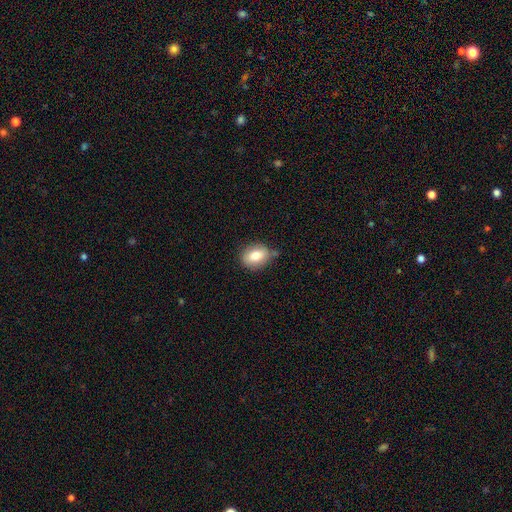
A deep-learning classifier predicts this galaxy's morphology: Smooth or featured?
  - smooth: 79% *
  - featured or disk: 13%
  - star or artifact: 8%
How rounded?
  - in between: 63% *
  - round: 35%
  - cigar-shaped: 1%
Merging?
  - none: 70% *
  - minor disturbance: 22%
  - major disturbance: 4%
  - merger: 4%